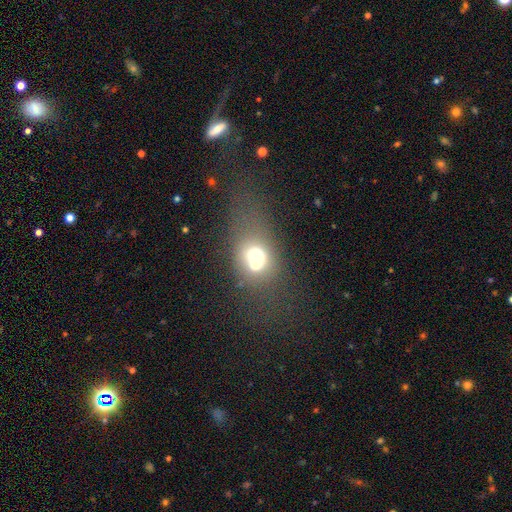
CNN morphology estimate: A smooth galaxy with no disk features (59%) that is round (55%). Merging: merger (65%).